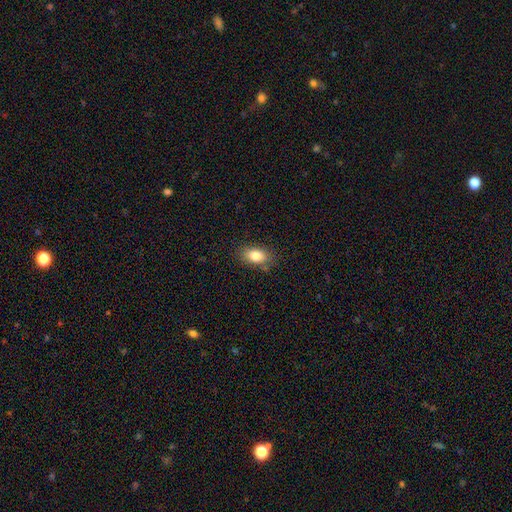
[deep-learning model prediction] Smooth or featured?
  - smooth: 83% *
  - featured or disk: 9%
  - star or artifact: 8%
How rounded?
  - in between: 88% *
  - round: 10%
  - cigar-shaped: 3%
Merging?
  - none: 80% *
  - minor disturbance: 14%
  - major disturbance: 3%
  - merger: 2%